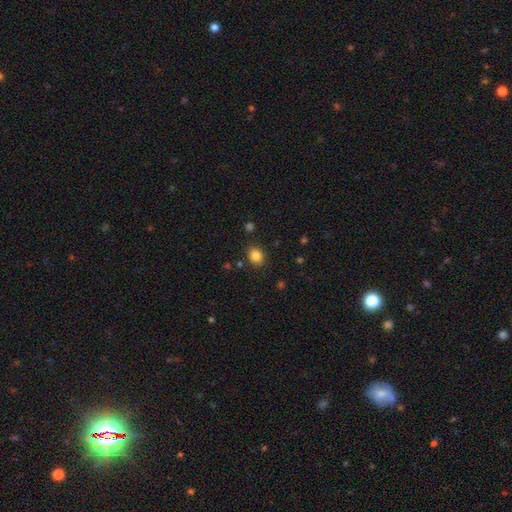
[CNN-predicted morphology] This is clearly a smooth galaxy (85%). How rounded: possibly round (53%). Merging: clearly none (85%).